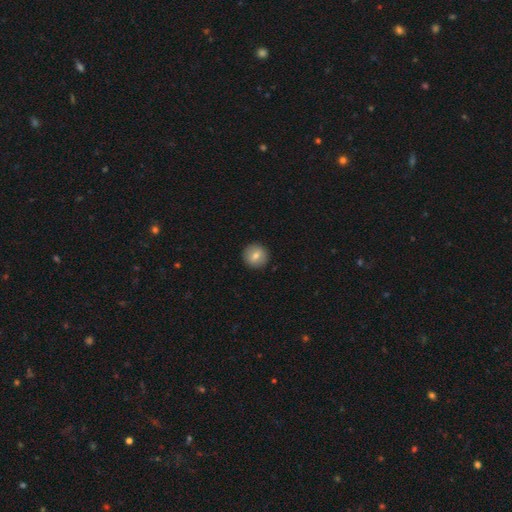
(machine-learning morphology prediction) Smooth or featured? smooth (76%)
How rounded? round (93%)
Merging? none (92%)